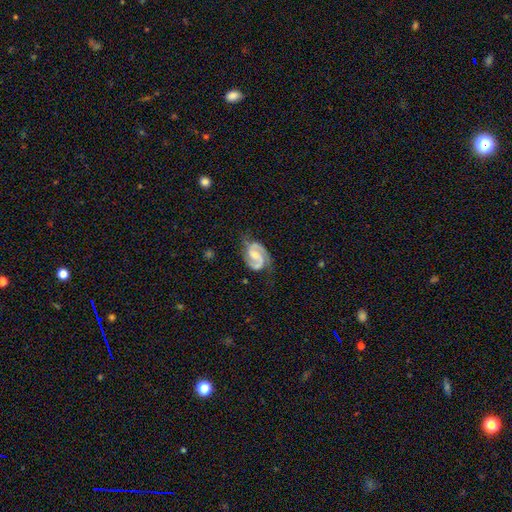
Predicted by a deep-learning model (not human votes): Smooth or featured? featured or disk (91%)
Edge-on disk? no (98%)
Bar? weak (49%)
Spiral arms? yes (98%)
Spiral winding? medium (56%)
Spiral arm count? 2 (92%)
Bulge size? moderate (43%)
Merging? none (70%)